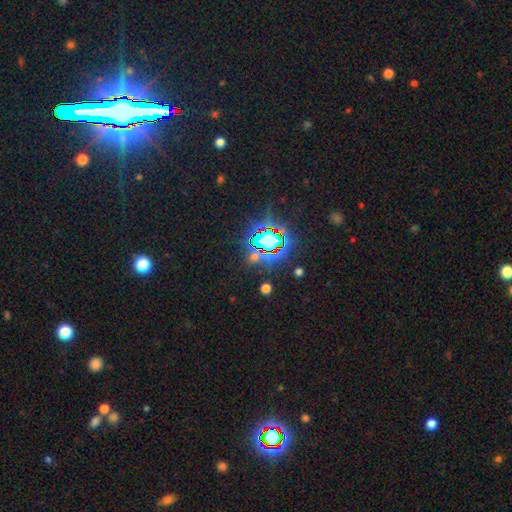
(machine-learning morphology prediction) smooth_or_featured: star or artifact (p=0.77) [alt: smooth p=0.14]